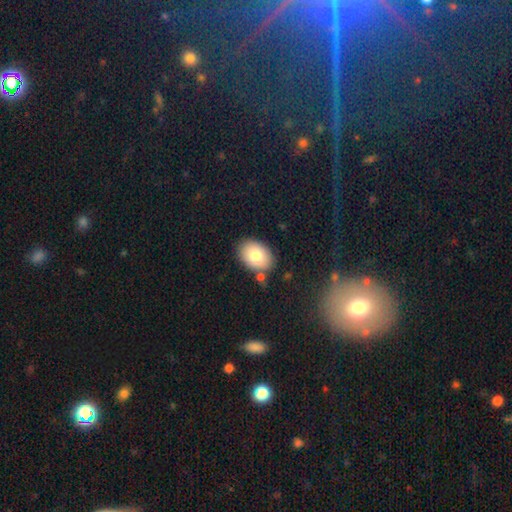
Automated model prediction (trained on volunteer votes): Smooth or featured? Predicted: smooth (p=0.81). How rounded? Predicted: in between (p=0.81). Merging? Predicted: none (p=0.80).